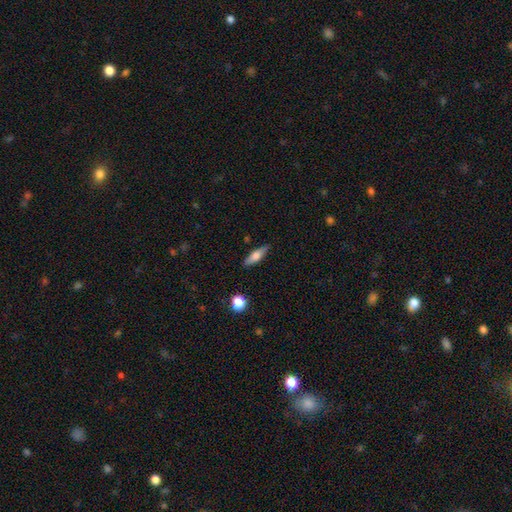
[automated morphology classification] Smooth or featured?
  - smooth: 57% *
  - featured or disk: 36%
  - star or artifact: 7%
How rounded?
  - cigar-shaped: 57% *
  - in between: 40%
  - round: 3%
Merging?
  - none: 85% *
  - minor disturbance: 11%
  - major disturbance: 2%
  - merger: 2%